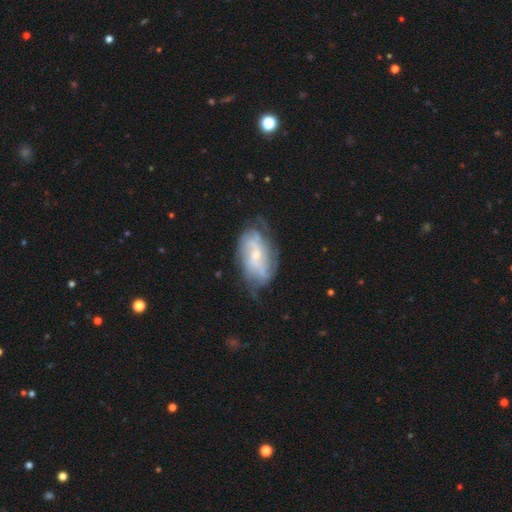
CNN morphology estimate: smooth-or-featured: featured or disk: 77% | smooth: 17% | star or artifact: 7%
  disk-edge-on: no: 95% | yes: 5%
    bar: no: 58% | weak: 34% | strong: 8%
    has-spiral-arms: yes: 86% | no: 14%
      spiral-winding: tight: 50% | medium: 35% | loose: 15%
      spiral-arm-count: can't tell: 49% | 2: 20% | 3: 12% | 4: 10% | more than 4: 5% | 1: 4%
    bulge-size: small: 65% | moderate: 29% | none: 3% | large: 2% | dominant: 1%
  merging: none: 62% | minor disturbance: 24% | major disturbance: 12% | merger: 2%